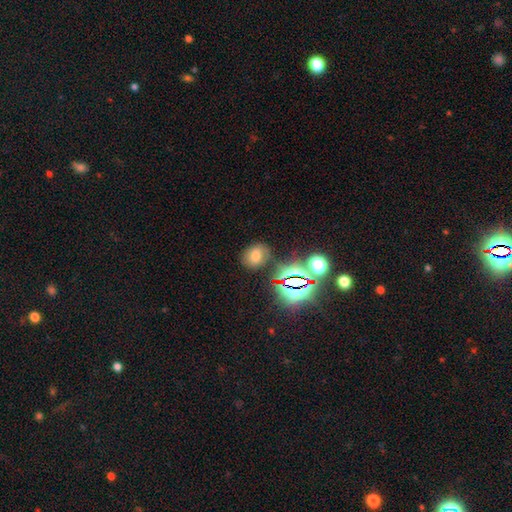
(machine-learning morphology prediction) This is possibly a smooth galaxy (60%). How rounded: possibly in between (53%). Merging: likely none (78%).